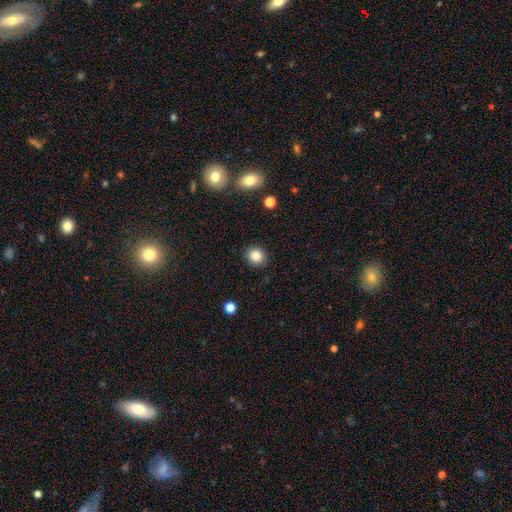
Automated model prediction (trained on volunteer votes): Smooth or featured: smooth — 85% (star or artifact — 10%)
How rounded: round — 80% (in between — 19%)
Merging: none — 88% (minor disturbance — 8%)